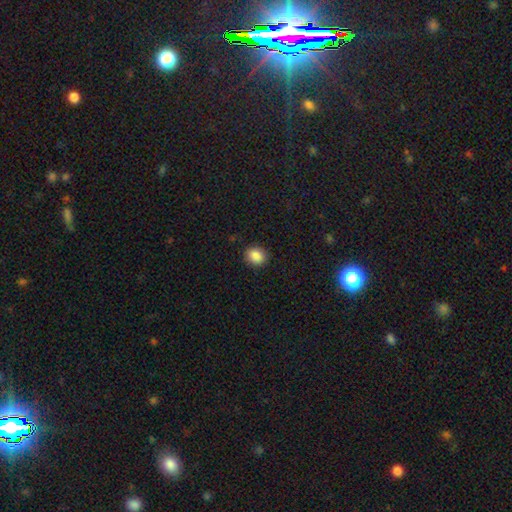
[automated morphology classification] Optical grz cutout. It shows a smooth galaxy with no disk features (88%) that is round (65%). Merging: none (90%).